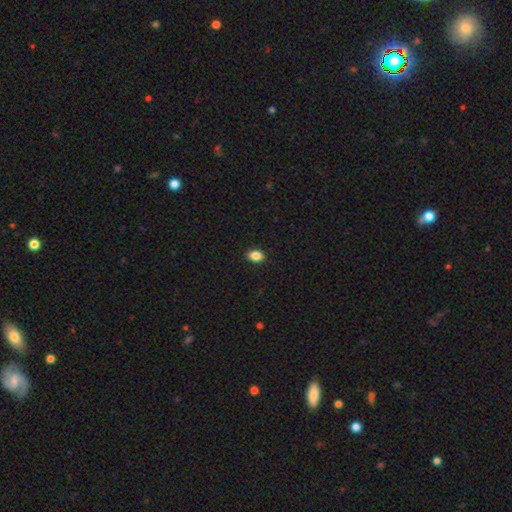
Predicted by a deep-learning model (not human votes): Smooth or featured? Predicted: smooth (p=0.87). How rounded? Predicted: in between (p=0.77). Merging? Predicted: none (p=0.90).